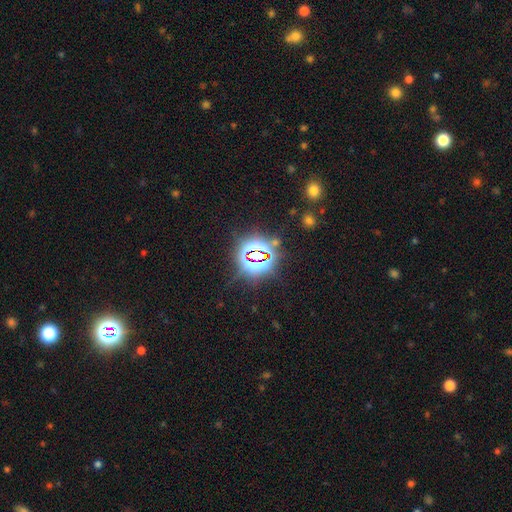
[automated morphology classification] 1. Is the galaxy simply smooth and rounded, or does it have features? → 80% star or artifact, 12% smooth, 8% featured or disk.